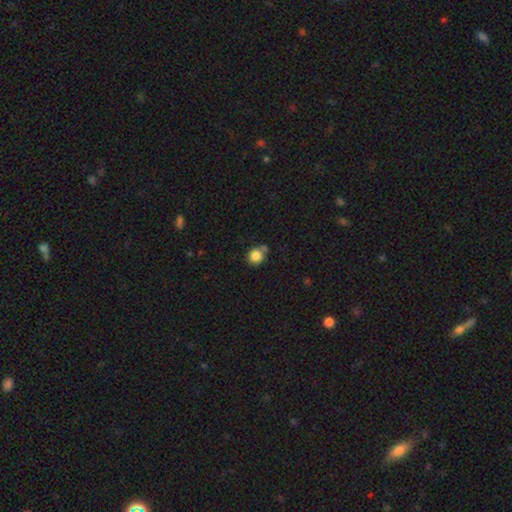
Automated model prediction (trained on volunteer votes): This appears to be a smooth galaxy with no disk features (85%) that is round (84%). Merging: none (62%).